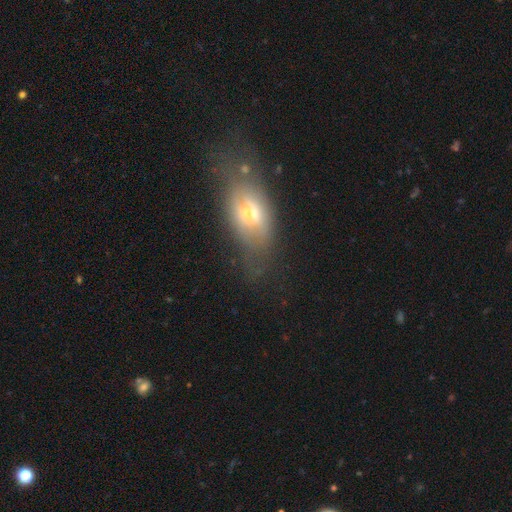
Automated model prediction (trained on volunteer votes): The model was most divided on "smooth or featured": smooth: 53%, featured or disk: 33%, star or artifact: 14%. More confident: how rounded — in between (77%); merging — none (58%).